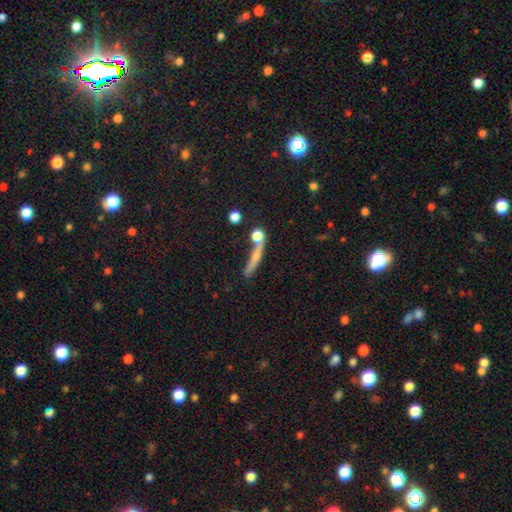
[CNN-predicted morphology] Smooth or featured: smooth — 54% (featured or disk — 33%)
How rounded: cigar-shaped — 75% (in between — 13%)
Merging: none — 52% (merger — 20%)